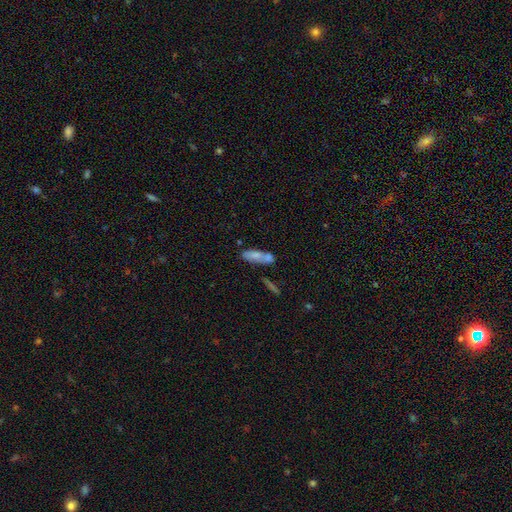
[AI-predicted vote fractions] Smooth or featured: smooth — 68% (featured or disk — 24%)
How rounded: in between — 55% (cigar-shaped — 42%)
Merging: none — 40% (merger — 38%)